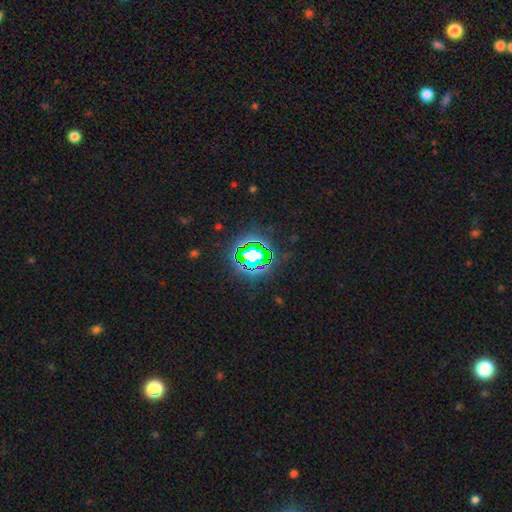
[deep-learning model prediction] A star or artifact, not a galaxy (77%).

Vote fractions:
- Smooth or featured? star or artifact: 77% / smooth: 14% / featured or disk: 9%